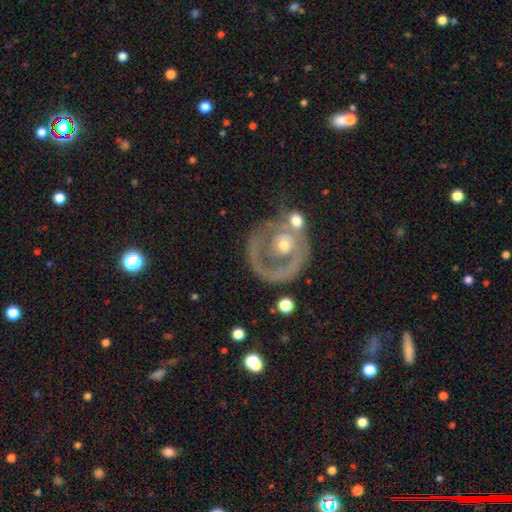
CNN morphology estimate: A featured or disk galaxy (73%) with no bar (83%), no spiral arms (56%) and a moderate central bulge (56%). Merging: none (49%).